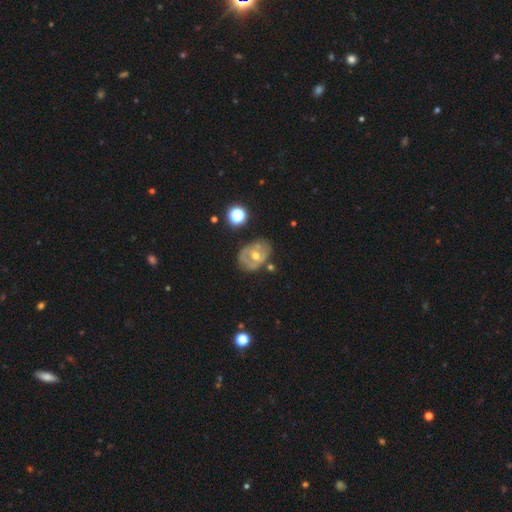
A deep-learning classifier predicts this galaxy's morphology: Overall: featured or disk (65%; smooth 26%). Edge-on disk: no (95%). Bar: no (53%; weak 33%). Spiral arms: no (58%; yes 42%). Bulge size: moderate (69%). Merging: none (62%; minor disturbance 23%).